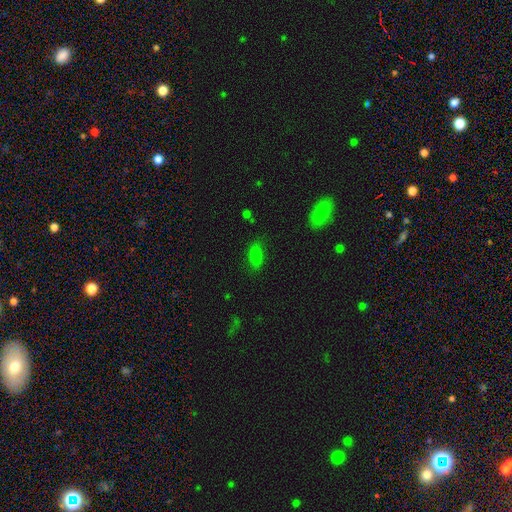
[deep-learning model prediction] Overall: smooth (76%). How rounded: in between (87%). Merging: none (75%).